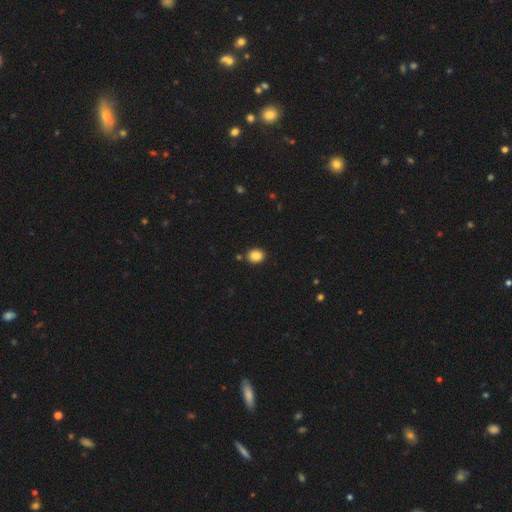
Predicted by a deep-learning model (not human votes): Morphology: type=smooth (86%); roundness=round (60%); merging=none (87%).